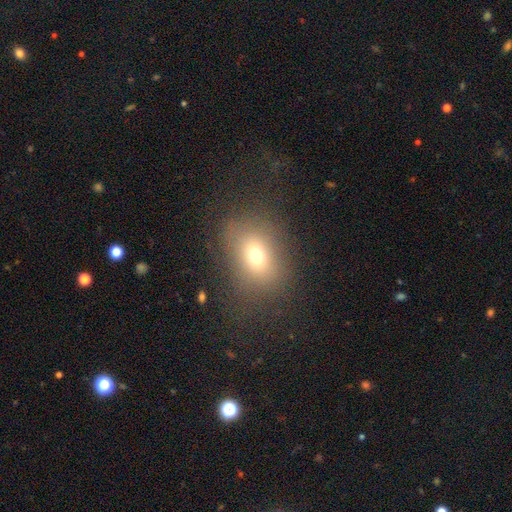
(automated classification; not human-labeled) smooth 69%, star or artifact 16%, featured or disk 15%. Down the decision tree: how rounded — in between (63%); merging — none (75%).